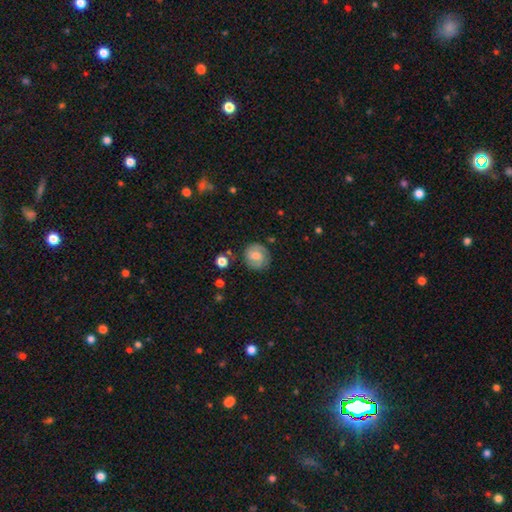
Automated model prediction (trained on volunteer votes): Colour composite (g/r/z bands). It shows a smooth galaxy with no disk features (57%) that is round (84%). Merging: none (78%).